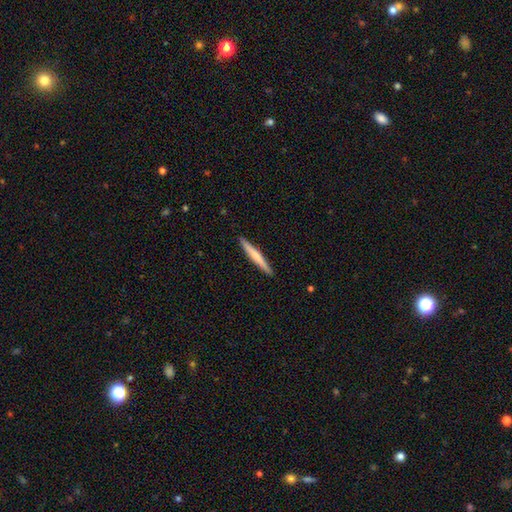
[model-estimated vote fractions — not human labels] Smooth or featured: smooth — 57% (featured or disk — 38%)
How rounded: cigar-shaped — 96% (in between — 3%)
Merging: none — 92% (minor disturbance — 6%)